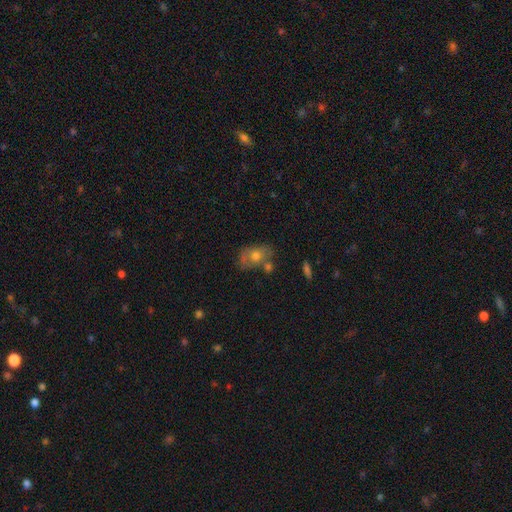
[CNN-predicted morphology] Q: Smooth or featured?
A: smooth (56%); runner-up: featured or disk (33%)
Q: How rounded?
A: in between (76%); runner-up: round (22%)
Q: Merging?
A: none (52%); runner-up: minor disturbance (23%)